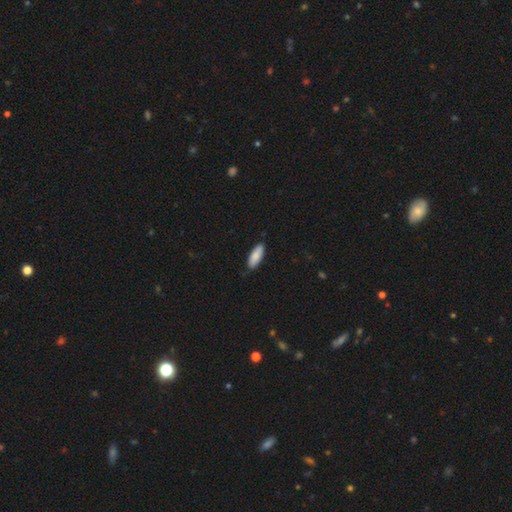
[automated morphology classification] This appears to be a smooth galaxy with no disk features (86%) that is in between round and cigar-shaped (71%). Merging: none (85%).